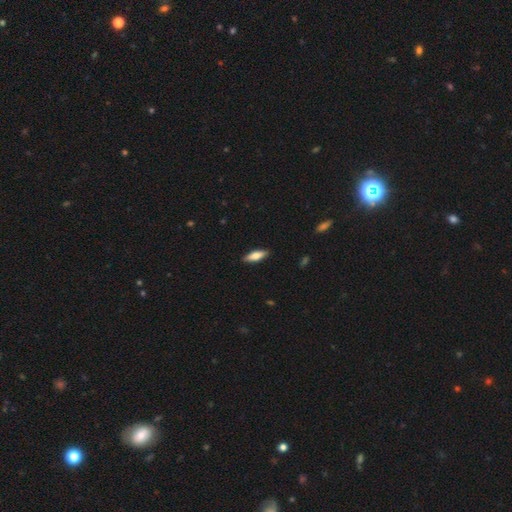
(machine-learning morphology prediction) The model was most divided on "how rounded": in between: 55%, cigar-shaped: 43%, round: 2%. More confident: merging — none (89%); smooth or featured — smooth (71%).